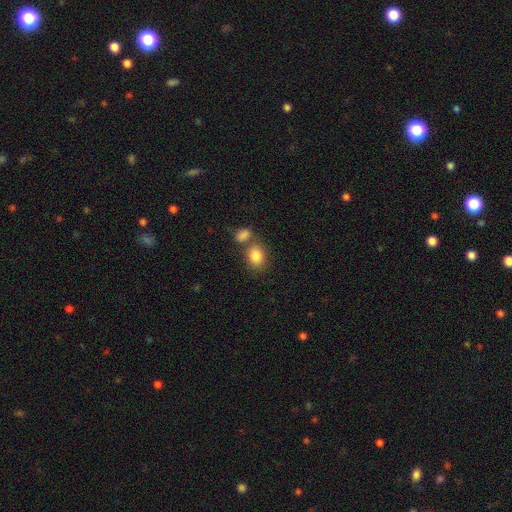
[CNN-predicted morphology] smooth 85%, star or artifact 8%, featured or disk 7%. Down the decision tree: how rounded — in between (60%); merging — none (53%).